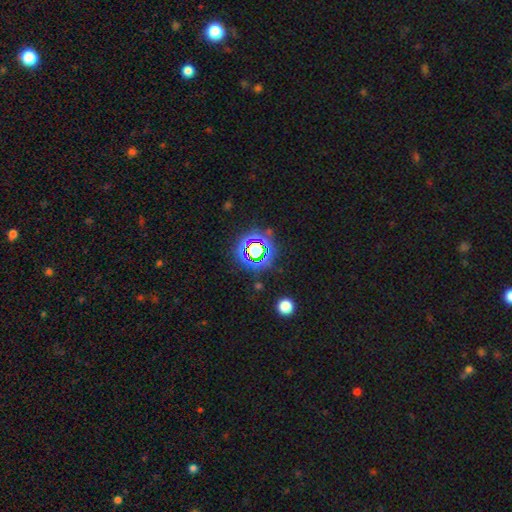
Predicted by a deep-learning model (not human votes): Smooth or featured: star or artifact — 69% (smooth — 21%)